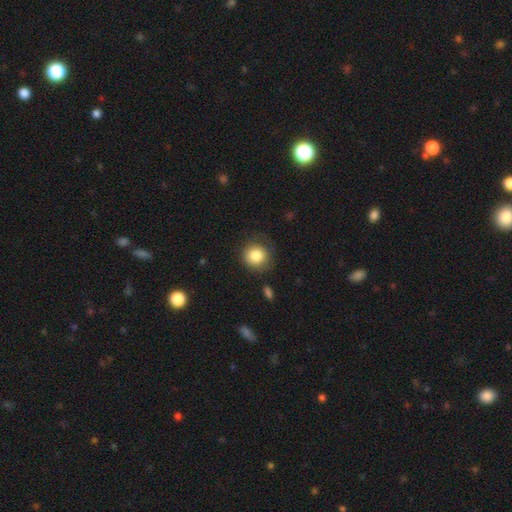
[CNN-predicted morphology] Q: Smooth or featured?
A: smooth (84%); runner-up: star or artifact (9%)
Q: How rounded?
A: round (89%); runner-up: in between (10%)
Q: Merging?
A: none (75%); runner-up: minor disturbance (17%)